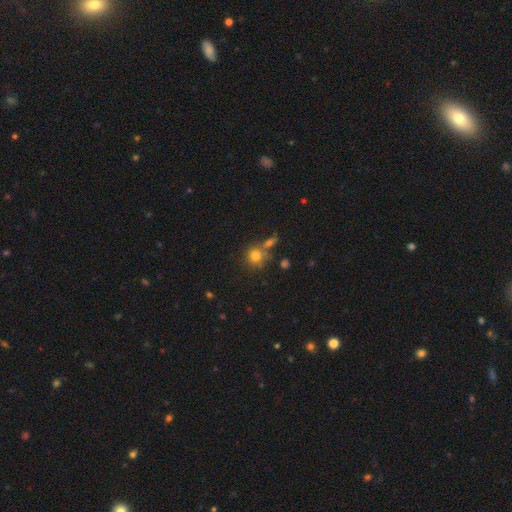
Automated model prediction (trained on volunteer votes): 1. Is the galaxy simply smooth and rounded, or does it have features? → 78% smooth, 13% star or artifact, 9% featured or disk.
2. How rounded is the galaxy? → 88% round, 11% in between, 1% cigar-shaped.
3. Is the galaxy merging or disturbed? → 61% none, 22% merger, 12% minor disturbance, 5% major disturbance.